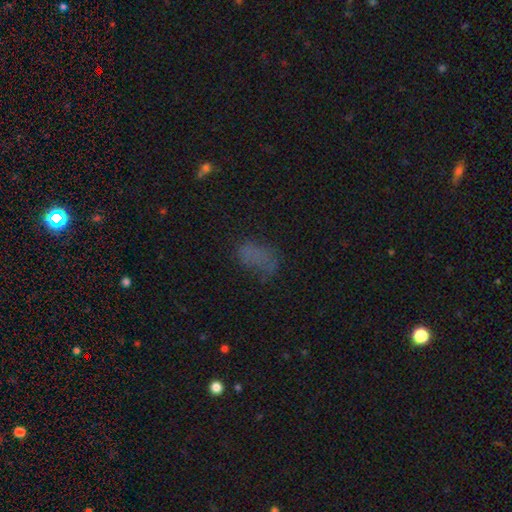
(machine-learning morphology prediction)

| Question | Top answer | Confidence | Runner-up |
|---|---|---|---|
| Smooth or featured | smooth | 61% | star or artifact (23%) |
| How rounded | in between | 87% | round (10%) |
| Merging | none | 49% | minor disturbance (24%) |